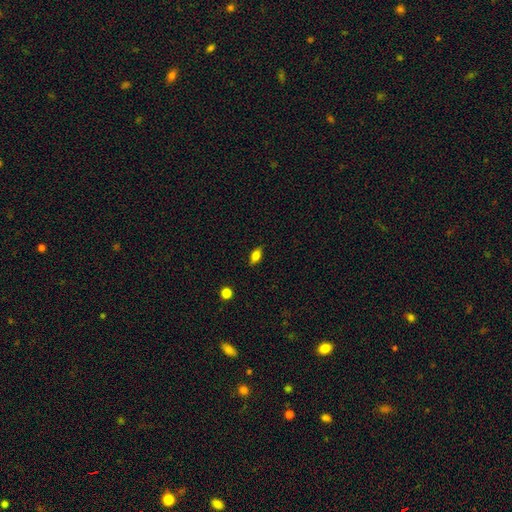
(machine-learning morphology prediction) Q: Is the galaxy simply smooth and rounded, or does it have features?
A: smooth — 77%.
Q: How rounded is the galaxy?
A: in between — 84%.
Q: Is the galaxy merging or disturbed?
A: none — 85%.